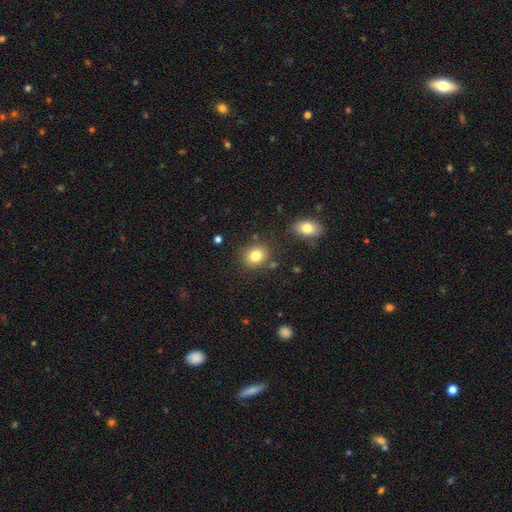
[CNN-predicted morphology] A smooth galaxy with no disk features (82%) that is round (64%).

Vote fractions:
- Smooth or featured? smooth: 82% / star or artifact: 10% / featured or disk: 8%
- How rounded? round: 64% / in between: 35% / cigar-shaped: 1%
- Merging? none: 81% / minor disturbance: 10% / merger: 5% / major disturbance: 3%